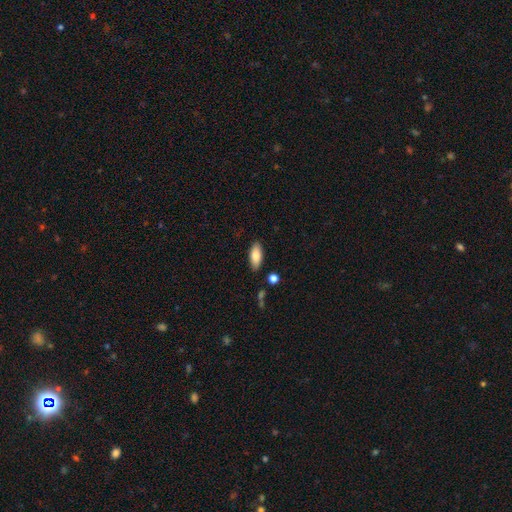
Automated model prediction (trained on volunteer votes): The model was most divided on "smooth or featured": smooth: 82%, featured or disk: 11%, star or artifact: 7%. More confident: merging — none (86%); how rounded — in between (86%).